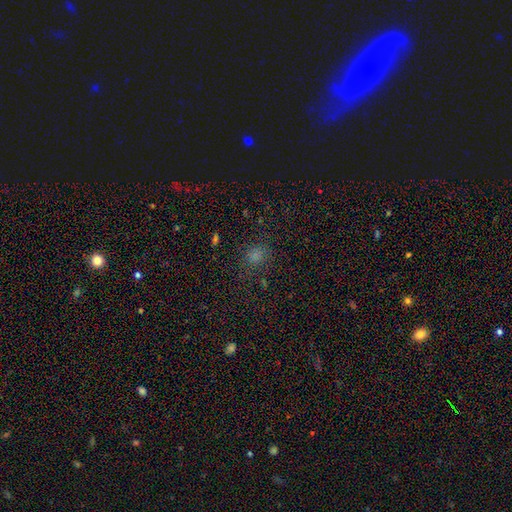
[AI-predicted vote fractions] Smooth or featured: smooth — 69% (star or artifact — 25%)
How rounded: round — 67% (in between — 32%)
Merging: none — 75% (minor disturbance — 15%)